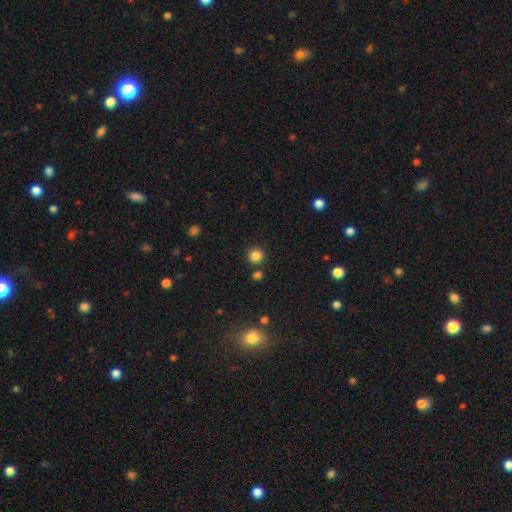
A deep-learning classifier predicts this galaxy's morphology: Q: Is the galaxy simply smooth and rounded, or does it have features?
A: smooth — 83%.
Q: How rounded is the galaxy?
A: round — 94%.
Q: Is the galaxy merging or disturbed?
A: none — 84%.